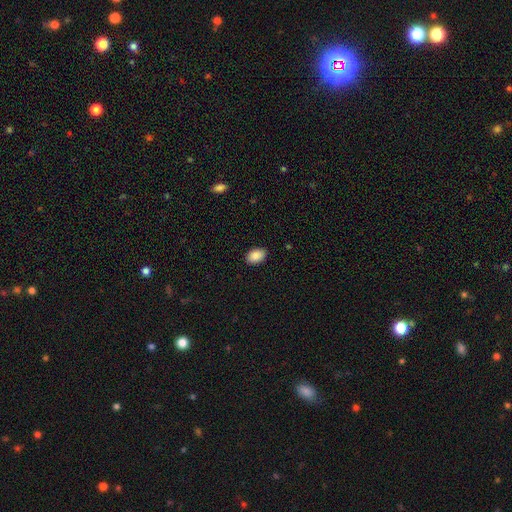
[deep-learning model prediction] The model was most divided on "how rounded": in between: 88%, round: 11%, cigar-shaped: 1%. More confident: smooth or featured — smooth (90%); merging — none (88%).